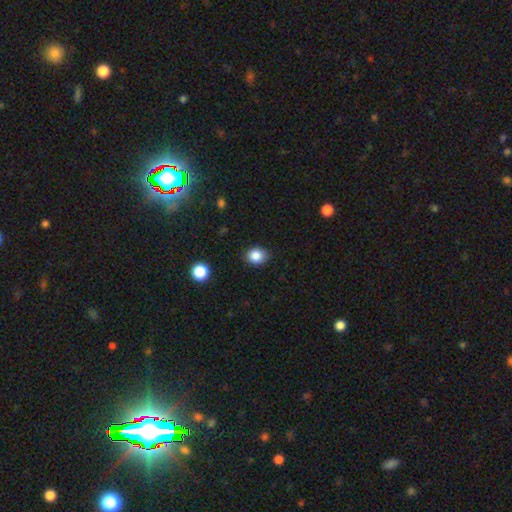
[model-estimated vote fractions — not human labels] This appears to be a smooth galaxy with no disk features (85%) that is round (63%). Merging: none (85%).